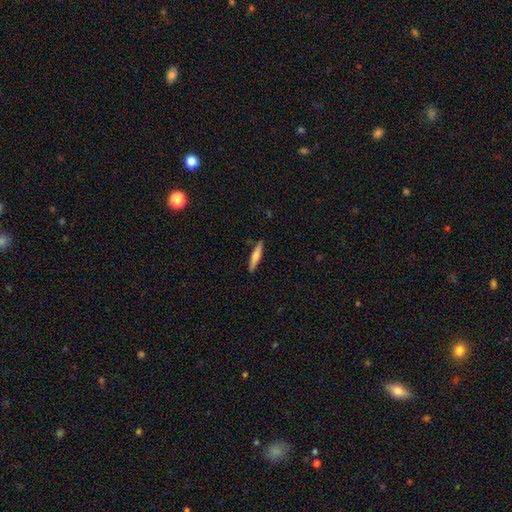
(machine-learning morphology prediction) This is possibly a smooth galaxy (58%). How rounded: clearly cigar-shaped (86%). Merging: clearly none (89%).